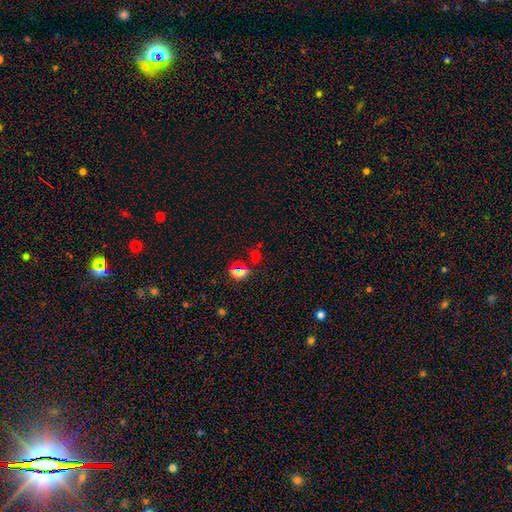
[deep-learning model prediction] smooth_or_featured: star or artifact (p=0.54) [alt: smooth p=0.38]